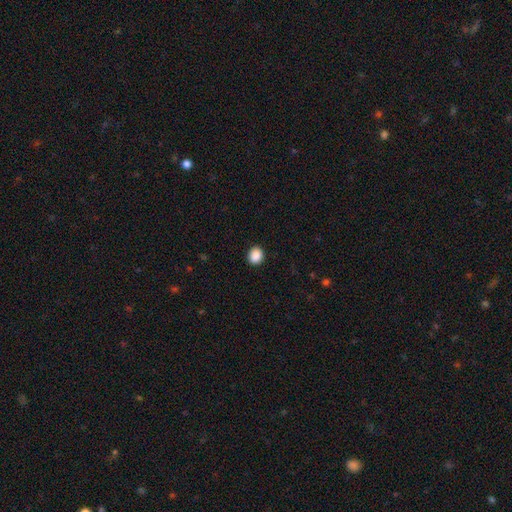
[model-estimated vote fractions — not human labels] Overall: smooth (89%). How rounded: round (73%). Merging: none (92%).